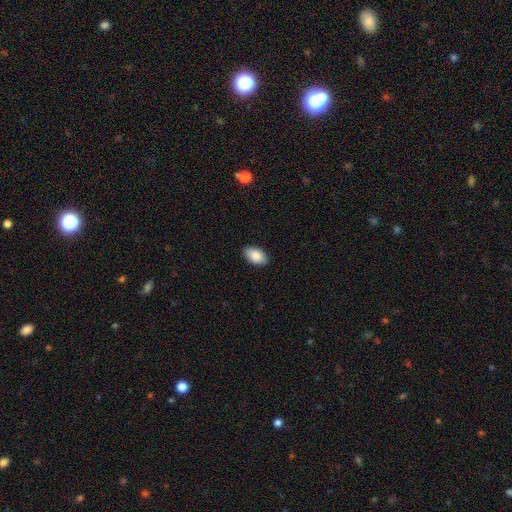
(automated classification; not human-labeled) The model was most divided on "merging": none: 89%, minor disturbance: 8%, major disturbance: 2%, merger: 1%. More confident: how rounded — in between (94%); smooth or featured — smooth (87%).